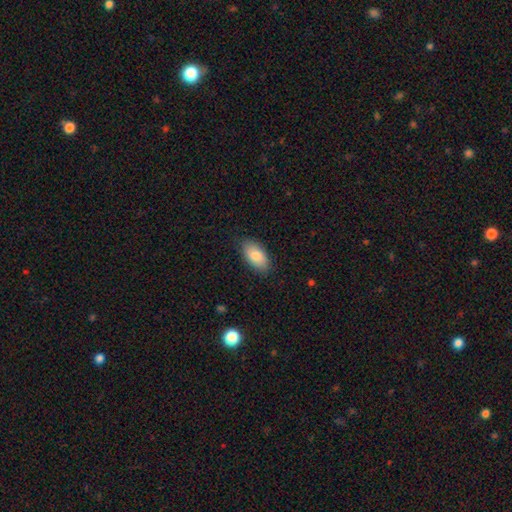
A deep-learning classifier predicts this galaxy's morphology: type=smooth (84%); roundness=in between (94%); merging=none (86%).